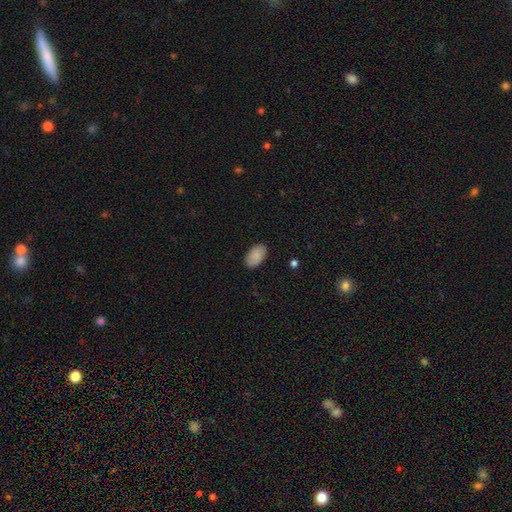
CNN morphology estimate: This appears to be a smooth galaxy with no disk features (89%) that is in between round and cigar-shaped (94%). Merging: none (88%).